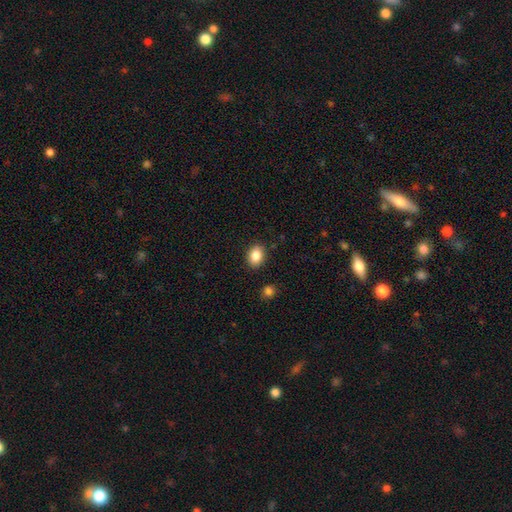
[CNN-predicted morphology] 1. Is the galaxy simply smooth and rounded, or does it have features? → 86% smooth, 8% star or artifact, 5% featured or disk.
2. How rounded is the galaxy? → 65% in between, 34% round, 1% cigar-shaped.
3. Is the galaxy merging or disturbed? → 88% none, 8% minor disturbance, 2% major disturbance, 2% merger.